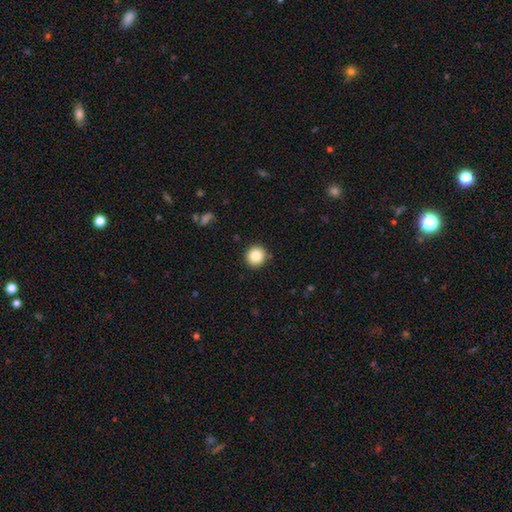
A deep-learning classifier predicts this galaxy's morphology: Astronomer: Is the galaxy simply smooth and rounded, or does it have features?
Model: smooth — 84%.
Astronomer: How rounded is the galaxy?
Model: round — 94%.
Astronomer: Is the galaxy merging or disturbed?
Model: none — 91%.